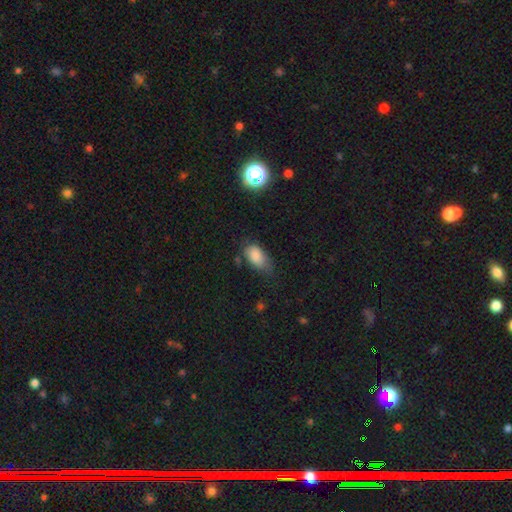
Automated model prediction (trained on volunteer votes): smooth_or_featured: smooth (p=0.83) [alt: star or artifact p=0.09]
how_rounded: in between (p=0.91) [alt: round p=0.06]
merging: none (p=0.49) [alt: minor disturbance p=0.37]